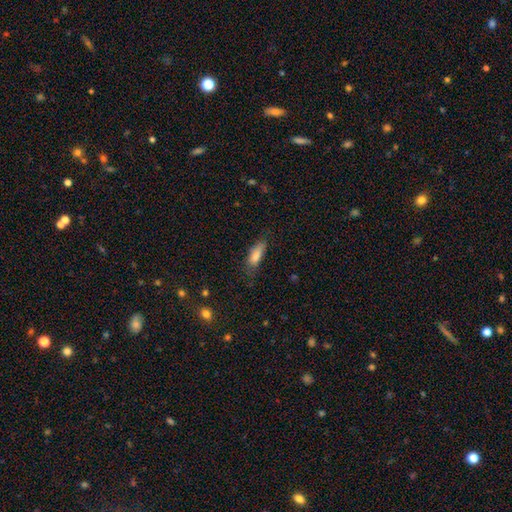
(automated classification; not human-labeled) A smooth galaxy with no disk features (79%) that is in between round and cigar-shaped (59%).

Vote fractions:
- Smooth or featured? smooth: 79% / featured or disk: 13% / star or artifact: 8%
- How rounded? in between: 59% / cigar-shaped: 39% / round: 2%
- Merging? none: 64% / minor disturbance: 26% / major disturbance: 8% / merger: 2%